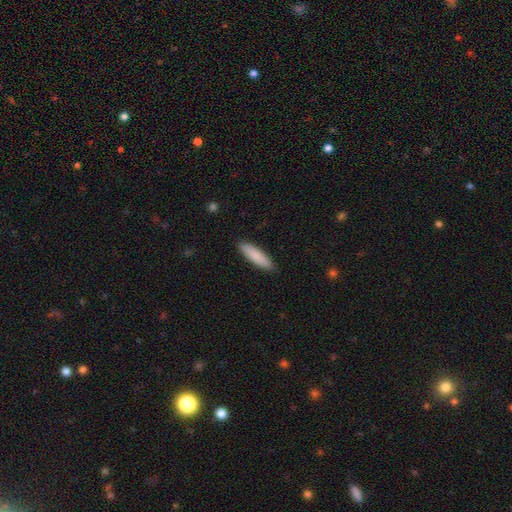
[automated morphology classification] smooth_or_featured: smooth (p=0.87) [alt: featured or disk p=0.08]
how_rounded: cigar-shaped (p=0.68) [alt: in between p=0.31]
merging: none (p=0.90) [alt: minor disturbance p=0.08]